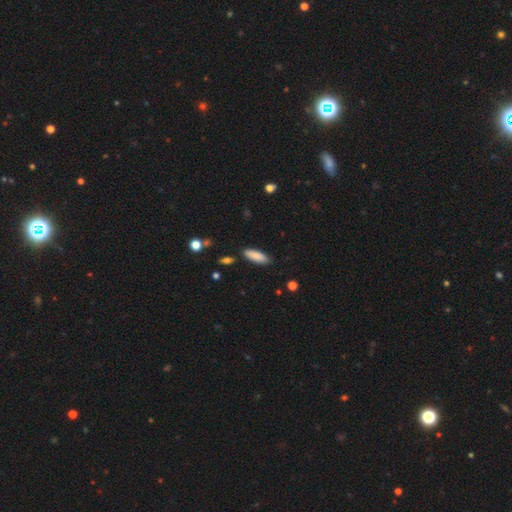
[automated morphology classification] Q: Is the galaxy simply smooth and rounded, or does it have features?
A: smooth — 85%.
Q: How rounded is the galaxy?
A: in between — 62%.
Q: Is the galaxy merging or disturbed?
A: none — 84%.